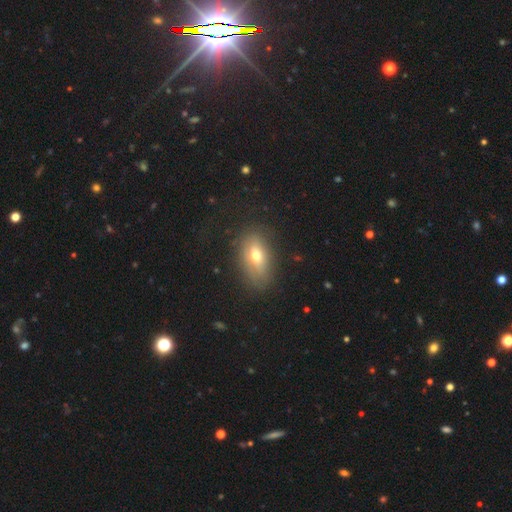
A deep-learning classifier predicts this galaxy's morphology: Smooth or featured?
  - smooth: 61% *
  - featured or disk: 28%
  - star or artifact: 10%
How rounded?
  - in between: 84% *
  - round: 10%
  - cigar-shaped: 6%
Merging?
  - none: 75% *
  - minor disturbance: 17%
  - major disturbance: 6%
  - merger: 2%